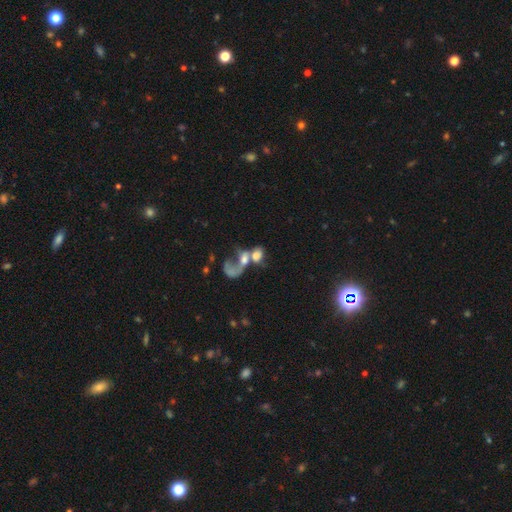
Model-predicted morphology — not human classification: smooth-or-featured: smooth: 52% | featured or disk: 36% | star or artifact: 12%
  how-rounded: in between: 75% | round: 23% | cigar-shaped: 3%
  merging: merger: 66% | major disturbance: 19% | none: 10% | minor disturbance: 5%